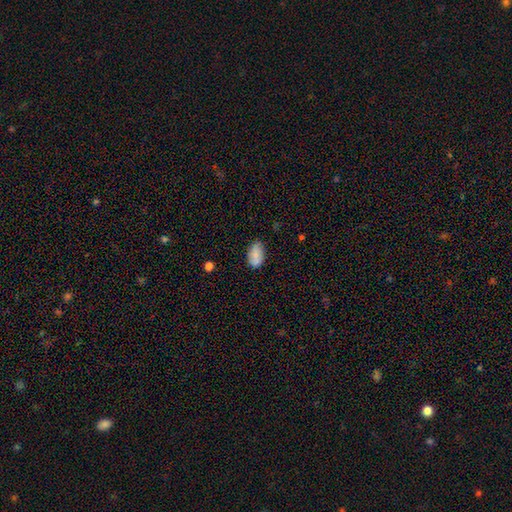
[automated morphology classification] Smooth or featured: smooth — 83% (featured or disk — 10%)
How rounded: in between — 93% (round — 5%)
Merging: none — 72% (minor disturbance — 21%)